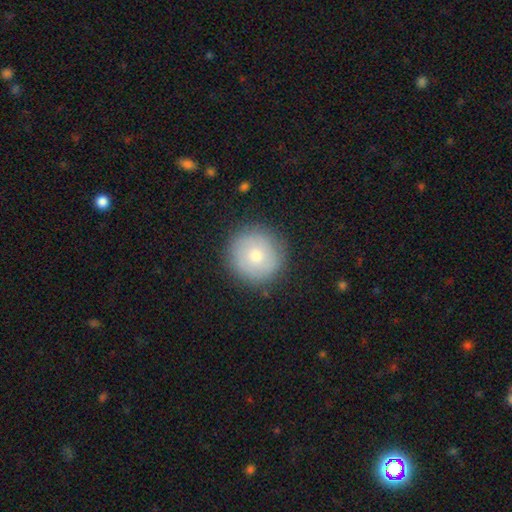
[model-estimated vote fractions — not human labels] Smooth or featured?
  - smooth: 64% *
  - featured or disk: 27%
  - star or artifact: 8%
How rounded?
  - round: 95% *
  - in between: 4%
  - cigar-shaped: 1%
Merging?
  - none: 88% *
  - minor disturbance: 9%
  - major disturbance: 3%
  - merger: 1%